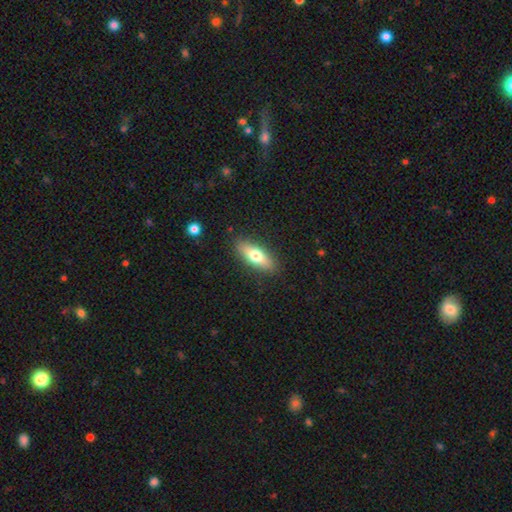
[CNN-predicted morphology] Smooth or featured: smooth — 63% (featured or disk — 30%)
How rounded: in between — 60% (cigar-shaped — 36%)
Merging: none — 87% (minor disturbance — 9%)